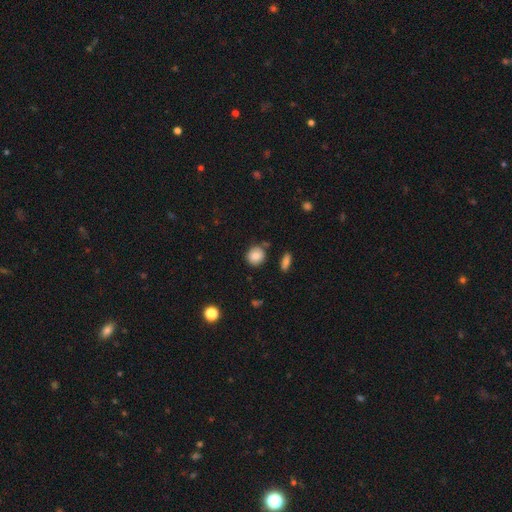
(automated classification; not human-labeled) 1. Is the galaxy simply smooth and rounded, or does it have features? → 82% smooth, 9% featured or disk, 9% star or artifact.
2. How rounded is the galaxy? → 82% round, 17% in between, 1% cigar-shaped.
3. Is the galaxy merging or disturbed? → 74% none, 16% minor disturbance, 6% merger, 4% major disturbance.